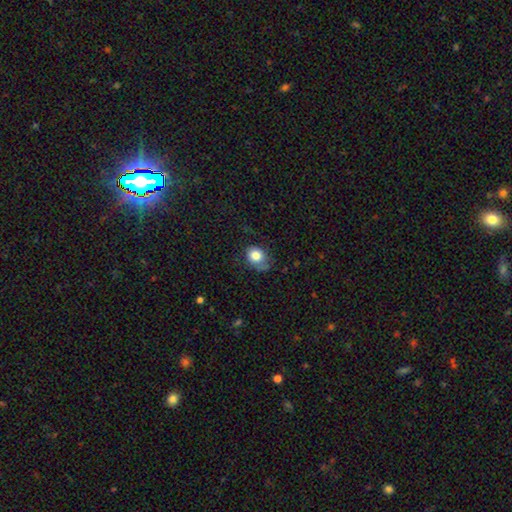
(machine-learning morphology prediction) smooth 81%, featured or disk 10%, star or artifact 9%. Down the decision tree: how rounded — round (56%); merging — none (54%).